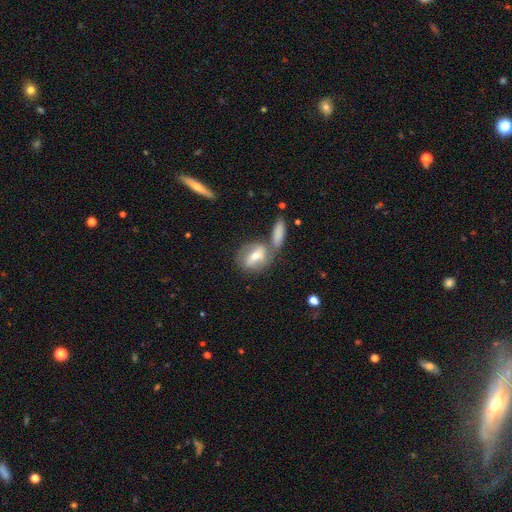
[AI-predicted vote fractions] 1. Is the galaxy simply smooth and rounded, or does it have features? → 48% featured or disk, 44% smooth, 8% star or artifact.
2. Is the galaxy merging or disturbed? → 44% none, 38% merger, 12% minor disturbance, 6% major disturbance.